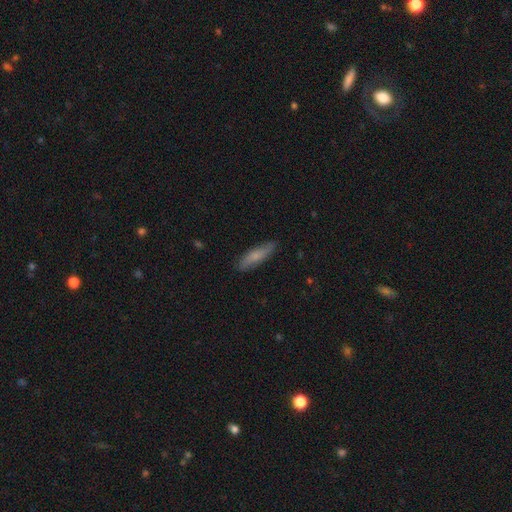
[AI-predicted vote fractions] The model was most divided on "how rounded": cigar-shaped: 70%, in between: 28%, round: 2%. More confident: merging — none (84%); smooth or featured — smooth (70%).